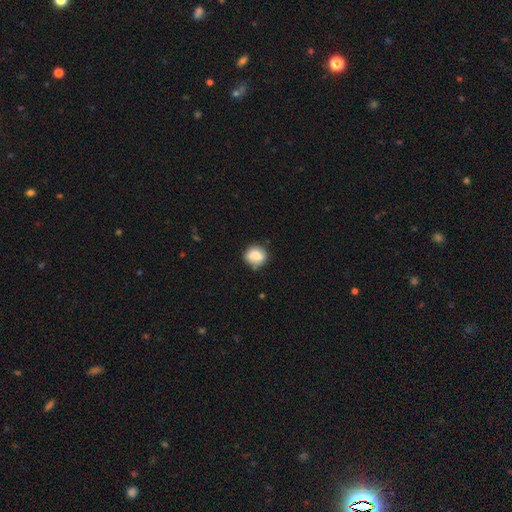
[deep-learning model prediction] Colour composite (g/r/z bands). It shows a smooth galaxy with no disk features (75%) that is round (82%). Merging: none (71%).